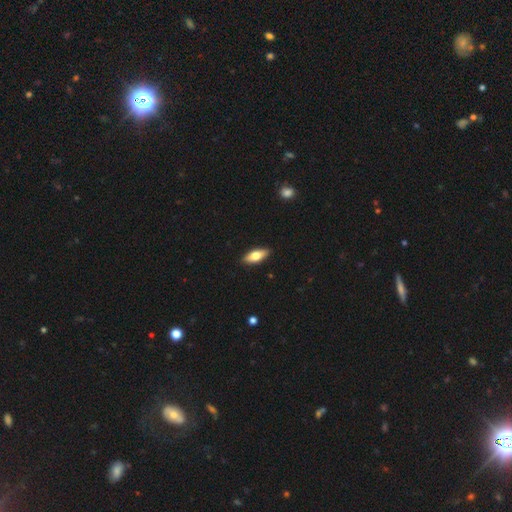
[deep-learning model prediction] The model was most divided on "smooth or featured": smooth: 69%, featured or disk: 25%, star or artifact: 6%. More confident: merging — none (89%); how rounded — in between (73%).